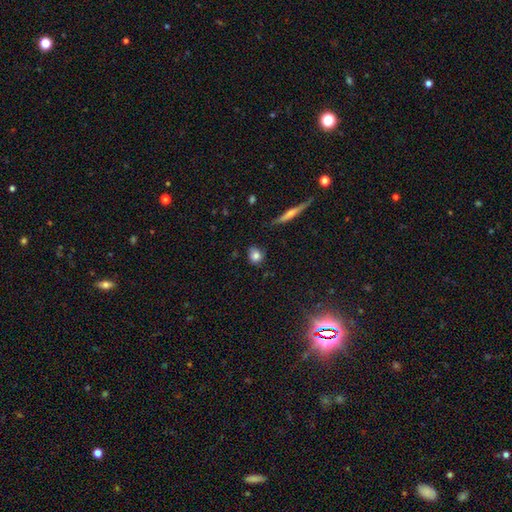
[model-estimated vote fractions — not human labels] Morphology: type=smooth (79%); roundness=round (70%); merging=none (78%).